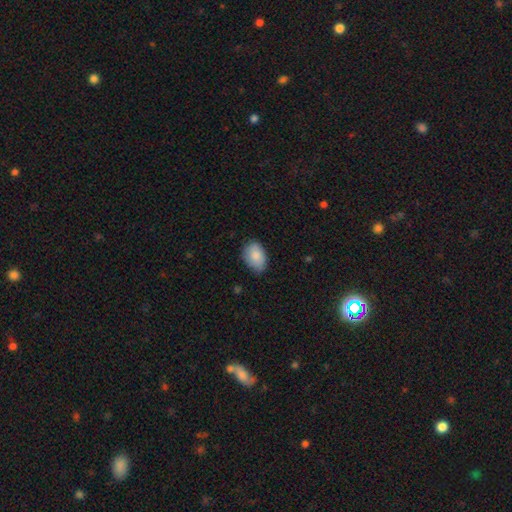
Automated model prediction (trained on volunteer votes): Q: Smooth or featured?
A: smooth (86%); runner-up: featured or disk (8%)
Q: How rounded?
A: in between (87%); runner-up: round (12%)
Q: Merging?
A: none (73%); runner-up: minor disturbance (22%)